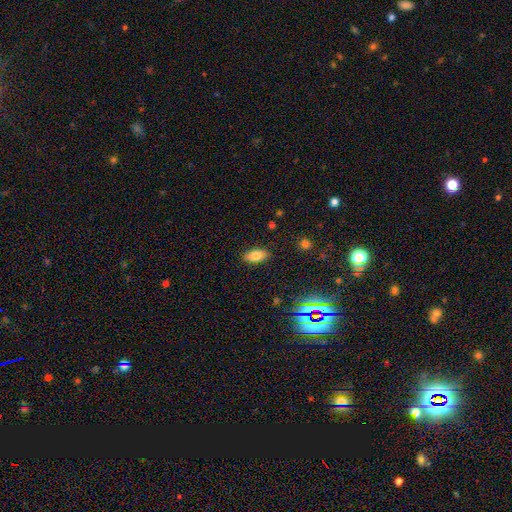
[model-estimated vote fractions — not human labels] Q: Smooth or featured?
A: smooth (78%); runner-up: featured or disk (11%)
Q: How rounded?
A: in between (88%); runner-up: cigar-shaped (9%)
Q: Merging?
A: none (88%); runner-up: minor disturbance (9%)